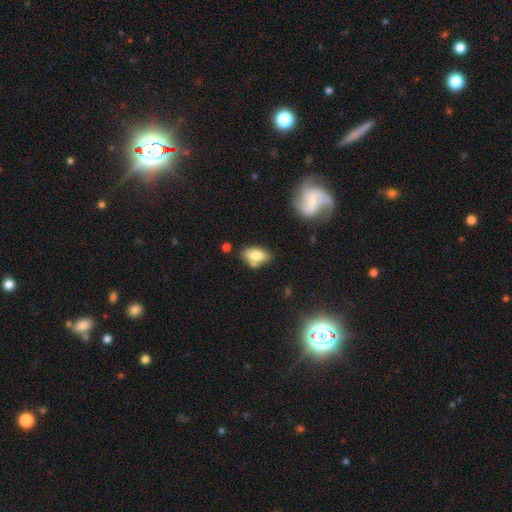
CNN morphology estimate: A smooth galaxy with no disk features (82%) that is in between round and cigar-shaped (92%). Merging: none (65%).